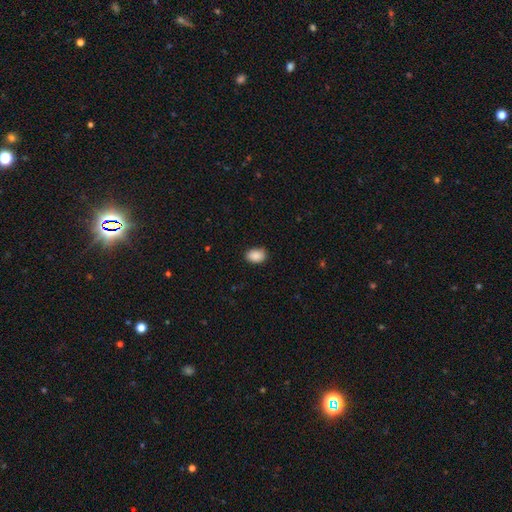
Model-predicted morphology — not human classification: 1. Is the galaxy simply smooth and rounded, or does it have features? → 90% smooth, 8% star or artifact, 3% featured or disk.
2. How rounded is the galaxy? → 80% in between, 19% round, 1% cigar-shaped.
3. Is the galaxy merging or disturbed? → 84% none, 13% minor disturbance, 2% major disturbance, 1% merger.